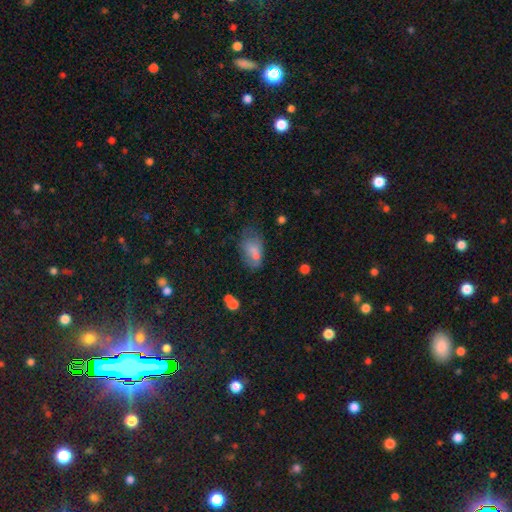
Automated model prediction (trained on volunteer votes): Q: Smooth or featured?
A: smooth (69%); runner-up: featured or disk (20%)
Q: How rounded?
A: in between (89%); runner-up: round (8%)
Q: Merging?
A: none (38%); runner-up: minor disturbance (29%)